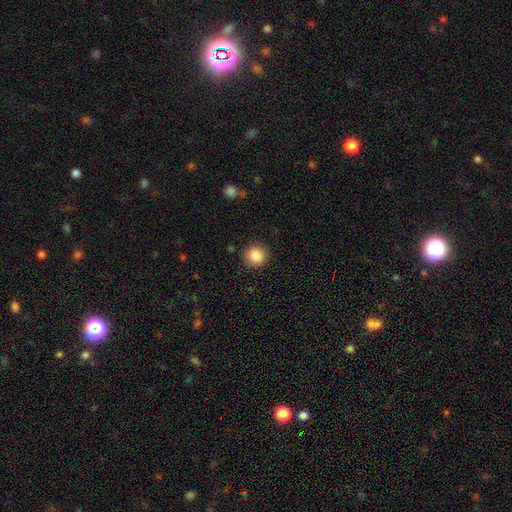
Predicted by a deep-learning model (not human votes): This appears to be a smooth galaxy with no disk features (87%) that is round (92%). Merging: none (89%).